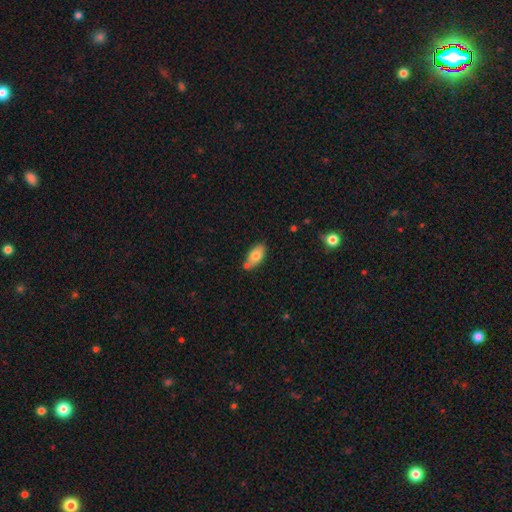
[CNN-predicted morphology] The model was most divided on "merging": none: 66%, minor disturbance: 17%, merger: 14%, major disturbance: 3%. More confident: how rounded — in between (91%); smooth or featured — smooth (77%).